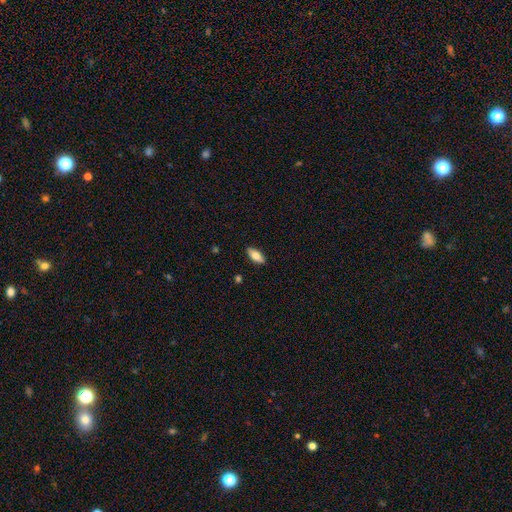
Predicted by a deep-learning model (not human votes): A smooth galaxy with no disk features (74%) that is in between round and cigar-shaped (84%).

Vote fractions:
- Smooth or featured? smooth: 74% / featured or disk: 20% / star or artifact: 6%
- How rounded? in between: 84% / cigar-shaped: 14% / round: 2%
- Merging? none: 89% / minor disturbance: 8% / major disturbance: 2% / merger: 1%